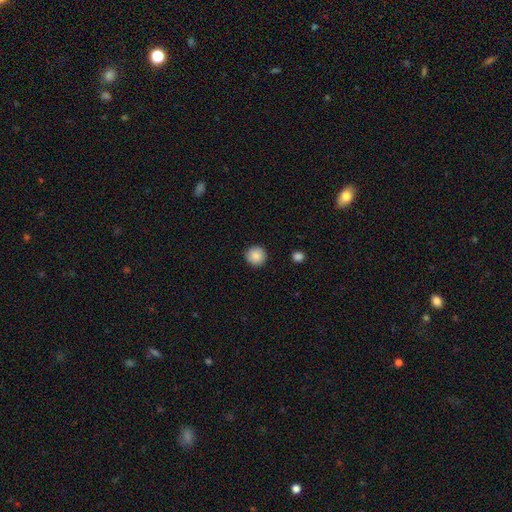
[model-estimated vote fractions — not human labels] Smooth or featured? smooth (88%)
How rounded? round (95%)
Merging? none (91%)